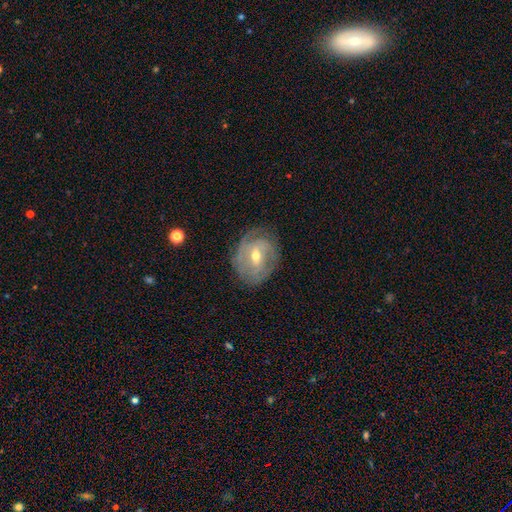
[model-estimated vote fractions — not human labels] The model was most divided on "spiral arm count": can't tell: 36%, 2: 34%, 3: 15%, 1: 7%, 4: 5%, more than 4: 3%. More confident: edge-on disk — no (96%); spiral arms — yes (87%); smooth or featured — featured or disk (78%); merging — none (73%); spiral winding — tight (61%); bulge size — moderate (59%); bar — weak (50%).